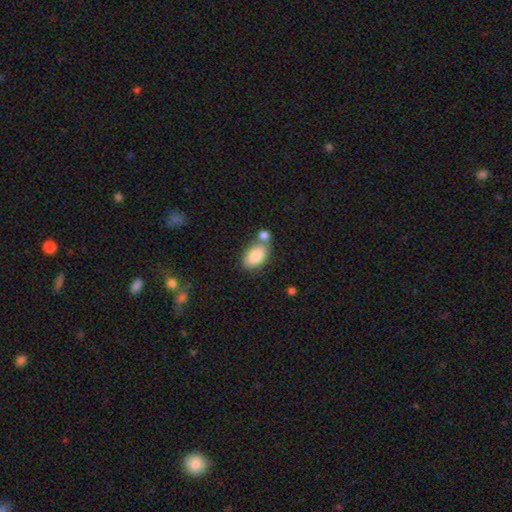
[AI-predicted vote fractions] Morphology: type=smooth (83%); roundness=in between (91%); merging=none (51%).